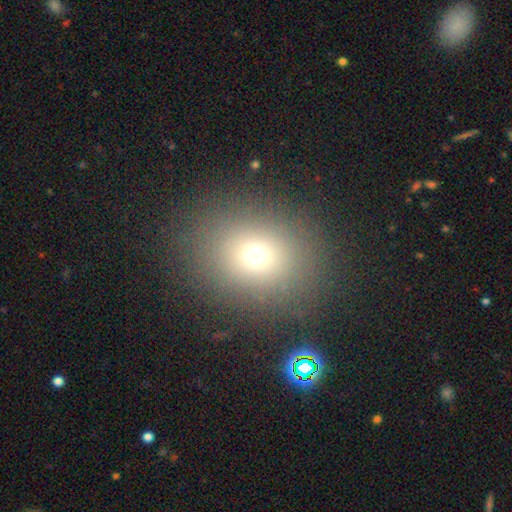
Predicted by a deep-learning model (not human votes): Smooth or featured? smooth (70%)
How rounded? round (60%)
Merging? none (85%)